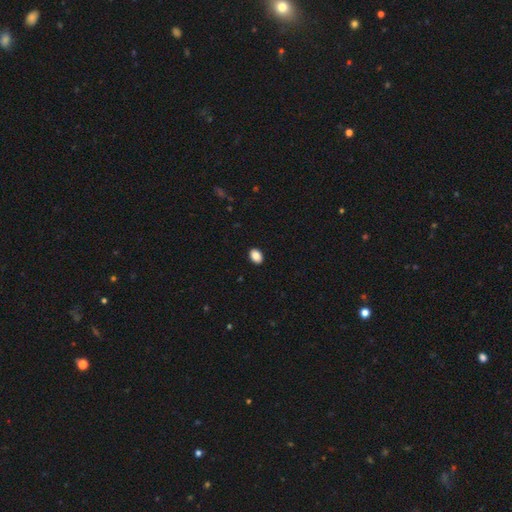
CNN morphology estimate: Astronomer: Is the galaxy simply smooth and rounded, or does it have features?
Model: smooth — 88%.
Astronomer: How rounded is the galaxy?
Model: in between — 76%.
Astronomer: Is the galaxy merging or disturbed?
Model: none — 91%.